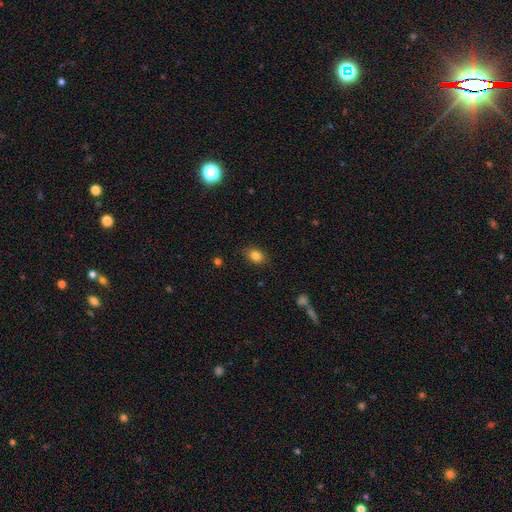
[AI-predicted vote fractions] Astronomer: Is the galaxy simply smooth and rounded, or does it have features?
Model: smooth — 84%.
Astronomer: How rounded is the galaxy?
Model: in between — 66%.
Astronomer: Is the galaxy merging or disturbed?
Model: none — 86%.